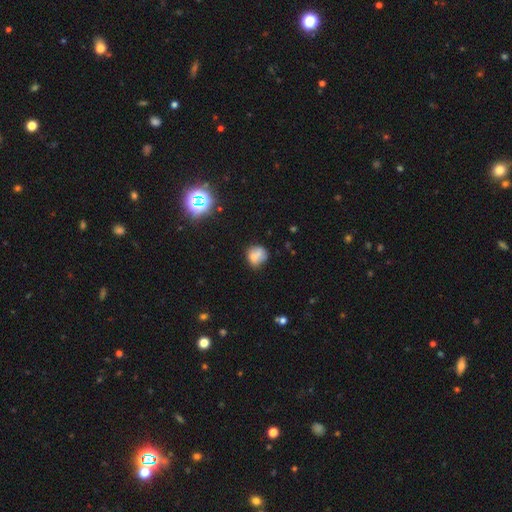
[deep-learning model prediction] This is likely a smooth galaxy (65%). How rounded: likely round (73%). Merging: marginally none (42%).